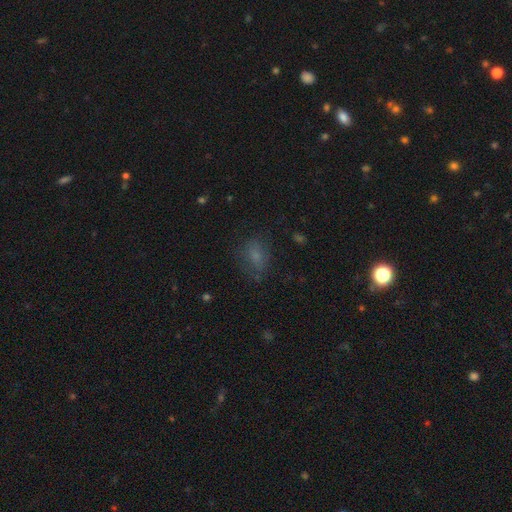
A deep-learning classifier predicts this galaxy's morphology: smooth-or-featured: smooth: 68% | star or artifact: 18% | featured or disk: 14%
  how-rounded: in between: 69% | round: 29% | cigar-shaped: 2%
  merging: none: 65% | minor disturbance: 21% | major disturbance: 12% | merger: 2%